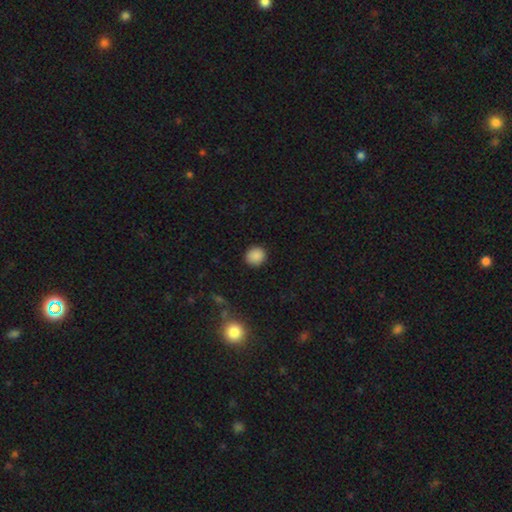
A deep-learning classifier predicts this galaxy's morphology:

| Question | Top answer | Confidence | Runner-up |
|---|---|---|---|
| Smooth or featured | smooth | 87% | star or artifact (10%) |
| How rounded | round | 86% | in between (13%) |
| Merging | none | 90% | minor disturbance (7%) |